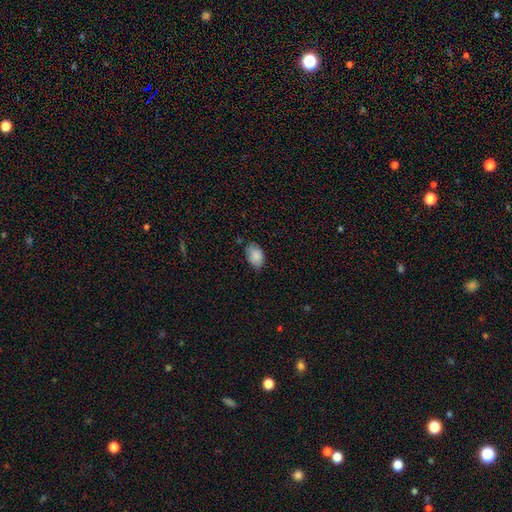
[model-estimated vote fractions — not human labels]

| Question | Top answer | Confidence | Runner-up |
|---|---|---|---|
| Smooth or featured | smooth | 86% | star or artifact (7%) |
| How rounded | in between | 88% | round (11%) |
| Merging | none | 69% | minor disturbance (25%) |